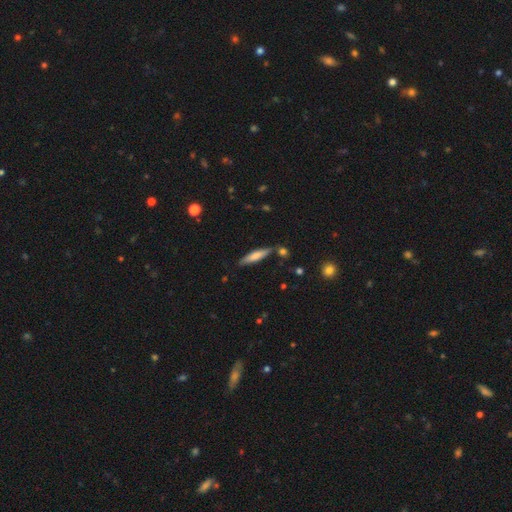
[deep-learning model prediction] Q: Smooth or featured?
A: smooth (65%); runner-up: featured or disk (29%)
Q: How rounded?
A: cigar-shaped (83%); runner-up: in between (15%)
Q: Merging?
A: none (79%); runner-up: minor disturbance (13%)